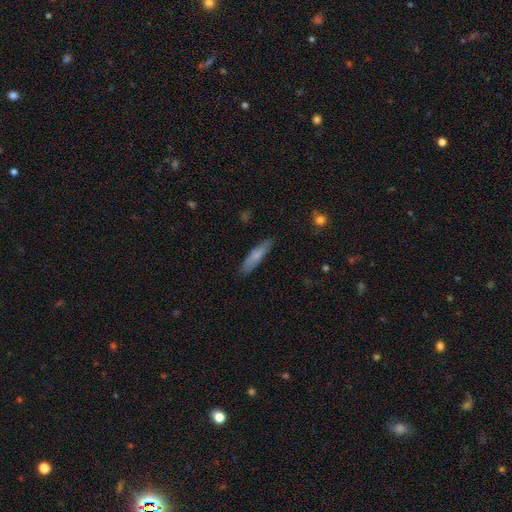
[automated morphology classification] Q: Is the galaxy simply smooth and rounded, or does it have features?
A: smooth — 73%.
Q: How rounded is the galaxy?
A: cigar-shaped — 78%.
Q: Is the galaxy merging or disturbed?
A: none — 85%.